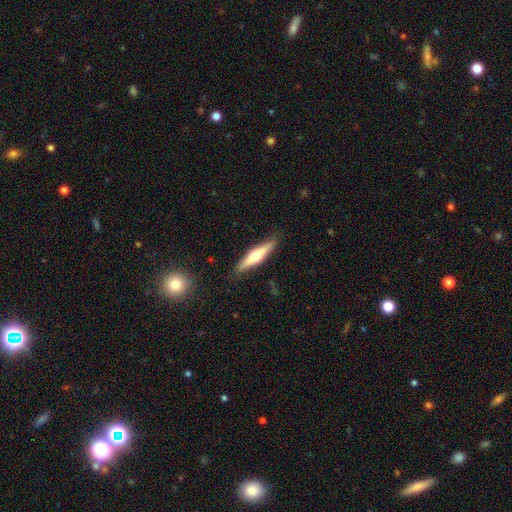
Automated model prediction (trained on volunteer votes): A featured or disk galaxy (51%) viewed edge-on (93%).

Vote fractions:
- Smooth or featured? featured or disk: 51% / smooth: 43% / star or artifact: 6%
- Edge-on disk? yes: 93% / no: 7%
- Merging? none: 88% / minor disturbance: 9% / major disturbance: 2% / merger: 1%